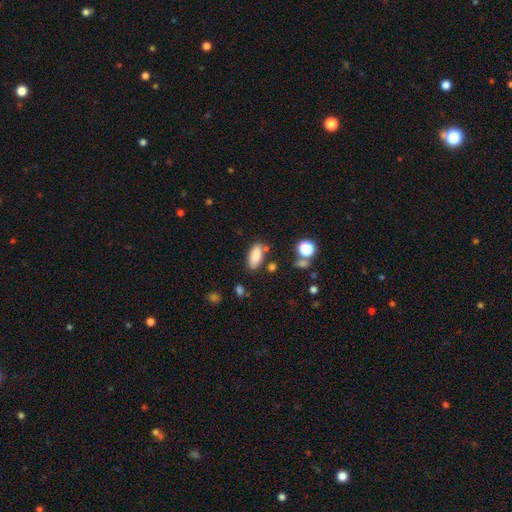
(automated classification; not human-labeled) This appears to be a smooth galaxy with no disk features (85%) that is in between round and cigar-shaped (85%). Merging: none (75%).